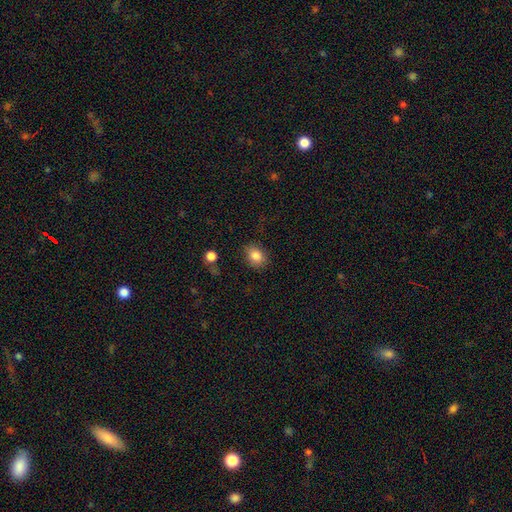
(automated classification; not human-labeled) smooth_or_featured: smooth (p=0.84) [alt: star or artifact p=0.09]
how_rounded: in between (p=0.55) [alt: round p=0.44]
merging: none (p=0.82) [alt: minor disturbance p=0.13]